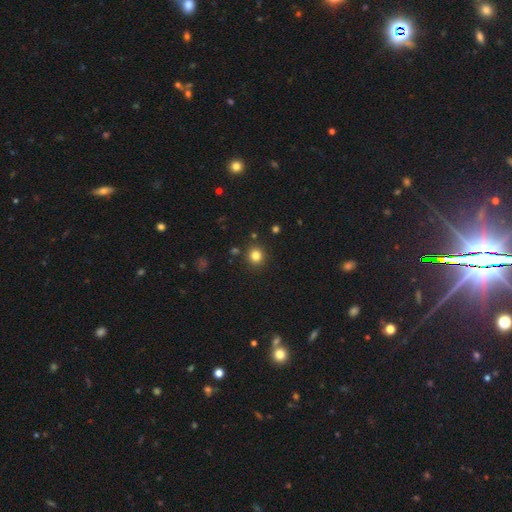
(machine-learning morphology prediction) This is clearly a smooth galaxy (81%). How rounded: clearly round (91%). Merging: clearly none (89%).